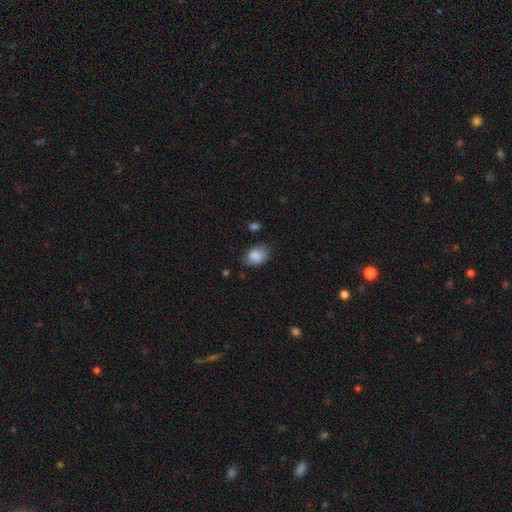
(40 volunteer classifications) smooth-or-featured: smooth: 82% | star or artifact: 10% | featured or disk: 8%
  how-rounded: in between: 73% | round: 27% | cigar-shaped: 0%
  merging: none: 64% | minor disturbance: 28% | major disturbance: 8% | merger: 0%